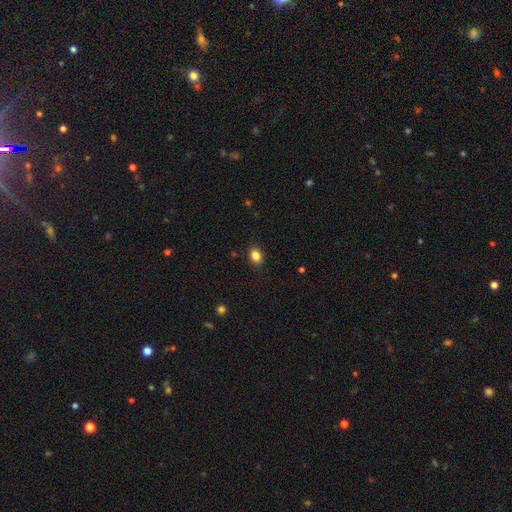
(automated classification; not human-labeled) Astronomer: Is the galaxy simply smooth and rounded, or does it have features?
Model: smooth — 85%.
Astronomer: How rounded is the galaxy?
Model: in between — 59% (runner-up: round, 40%).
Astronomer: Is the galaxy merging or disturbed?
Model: none — 88%.